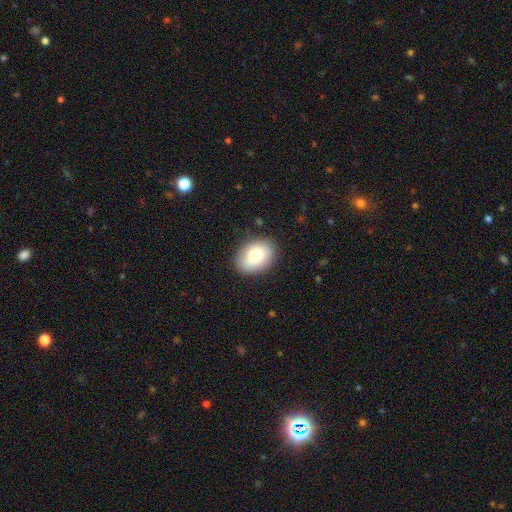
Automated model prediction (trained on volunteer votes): This appears to be a smooth galaxy with no disk features (82%) that is in between round and cigar-shaped (77%). Merging: none (83%).